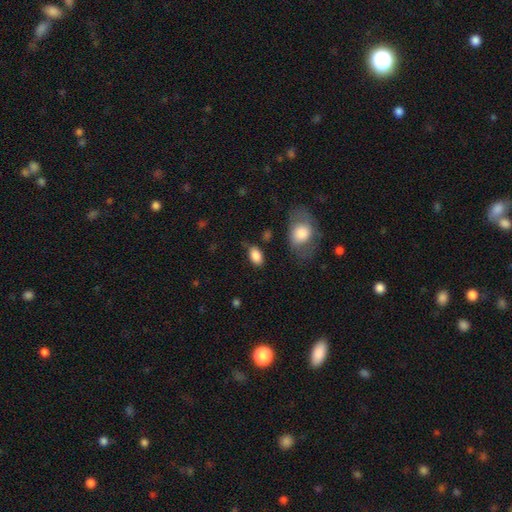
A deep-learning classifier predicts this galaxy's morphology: Q: Smooth or featured?
A: smooth (86%); runner-up: star or artifact (7%)
Q: How rounded?
A: in between (89%); runner-up: round (9%)
Q: Merging?
A: none (67%); runner-up: minor disturbance (22%)